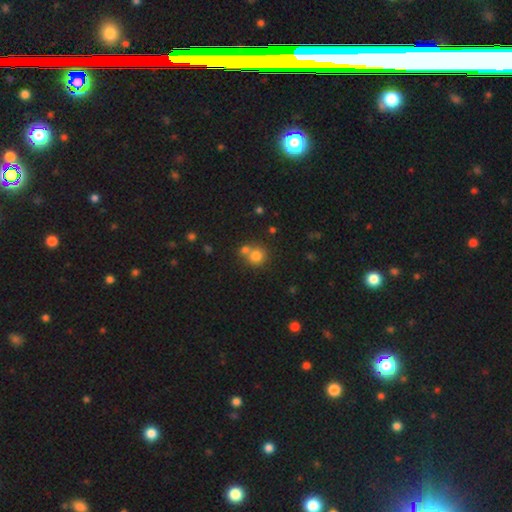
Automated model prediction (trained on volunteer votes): A smooth galaxy with no disk features (78%) that is round (88%). Merging: none (55%).